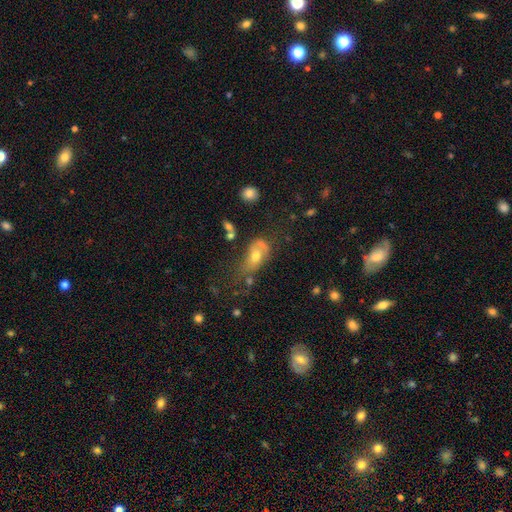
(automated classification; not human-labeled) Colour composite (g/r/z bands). It shows a smooth galaxy with no disk features (60%) that is in between round and cigar-shaped (78%). Merging: none (29%, tied with major disturbance).